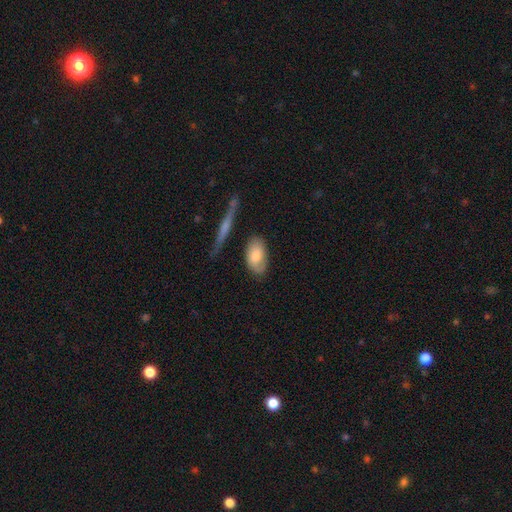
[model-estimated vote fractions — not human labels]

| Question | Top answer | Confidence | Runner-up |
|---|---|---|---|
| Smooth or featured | smooth | 72% | featured or disk (22%) |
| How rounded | in between | 91% | round (6%) |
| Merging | none | 68% | minor disturbance (22%) |